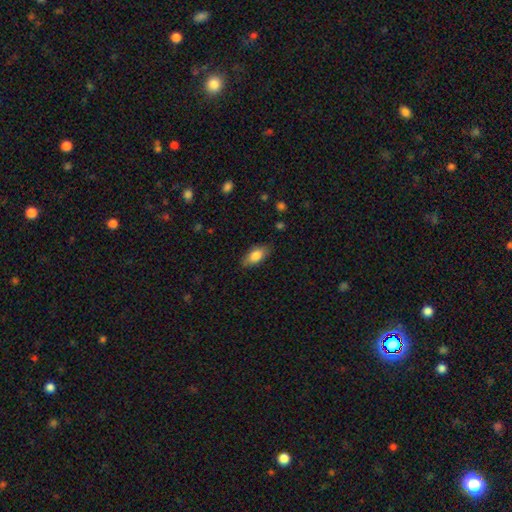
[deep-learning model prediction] Smooth or featured? Predicted: smooth (p=0.82). How rounded? Predicted: in between (p=0.88). Merging? Predicted: none (p=0.83).